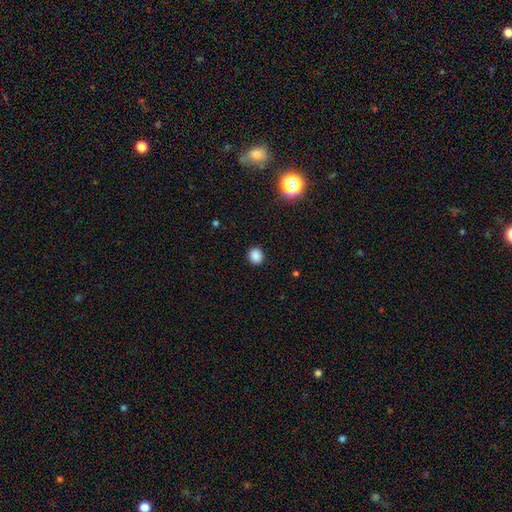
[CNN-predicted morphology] A smooth galaxy with no disk features (85%) that is round (78%). Merging: none (91%).